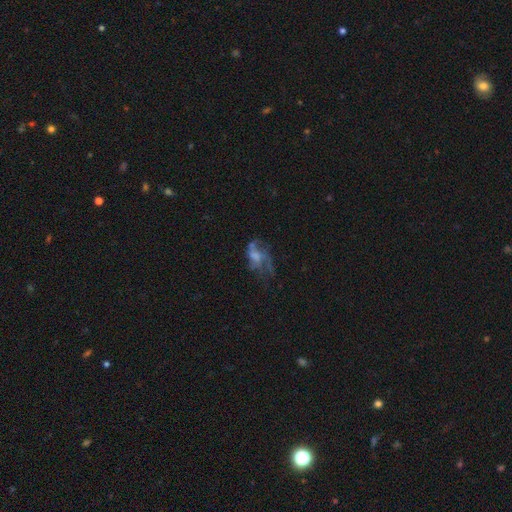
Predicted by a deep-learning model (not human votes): Smooth or featured?
  - featured or disk: 56% *
  - smooth: 30%
  - star or artifact: 14%
Edge-on disk?
  - no: 96% *
  - yes: 4%
Bar?
  - no: 75% *
  - weak: 21%
  - strong: 4%
Spiral arms?
  - no: 57% *
  - yes: 43%
Bulge size?
  - none: 40% *
  - moderate: 27%
  - small: 20%
  - large: 11%
  - dominant: 2%
Merging?
  - major disturbance: 43% *
  - none: 33%
  - minor disturbance: 18%
  - merger: 6%